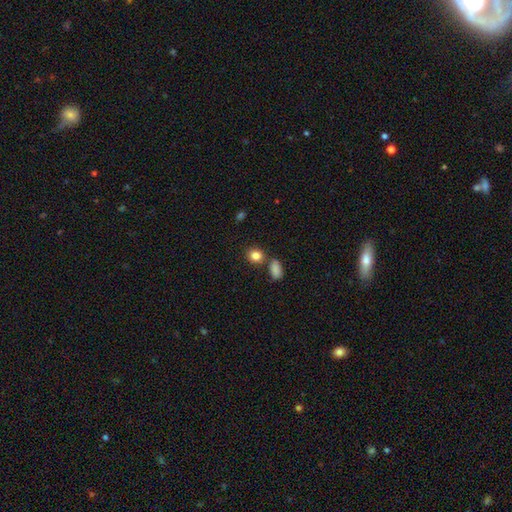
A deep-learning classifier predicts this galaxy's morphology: type=smooth (85%); roundness=round (65%); merging=none (70%).